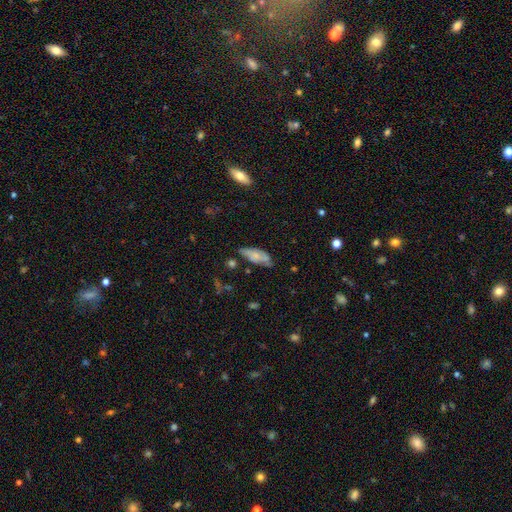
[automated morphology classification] smooth-or-featured: smooth: 62% | featured or disk: 30% | star or artifact: 8%
  how-rounded: in between: 78% | cigar-shaped: 19% | round: 3%
  merging: none: 54% | minor disturbance: 31% | major disturbance: 9% | merger: 5%